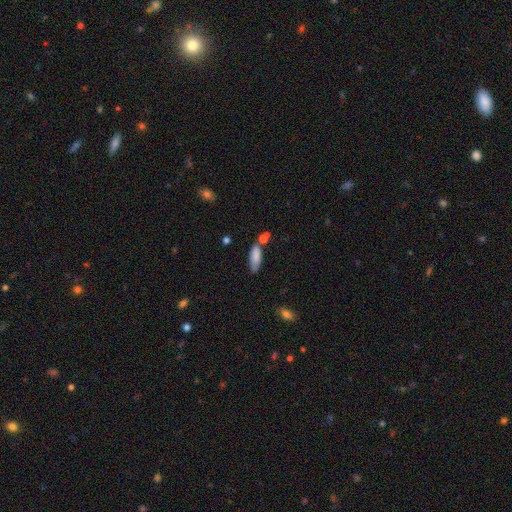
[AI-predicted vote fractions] Smooth or featured?
  - smooth: 82% *
  - featured or disk: 11%
  - star or artifact: 7%
How rounded?
  - in between: 57% *
  - cigar-shaped: 41%
  - round: 2%
Merging?
  - none: 59% *
  - minor disturbance: 22%
  - merger: 14%
  - major disturbance: 6%